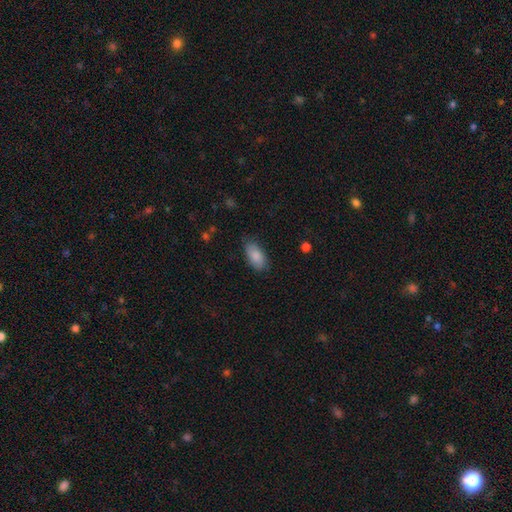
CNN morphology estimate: Smooth or featured? smooth (87%)
How rounded? in between (92%)
Merging? none (79%)